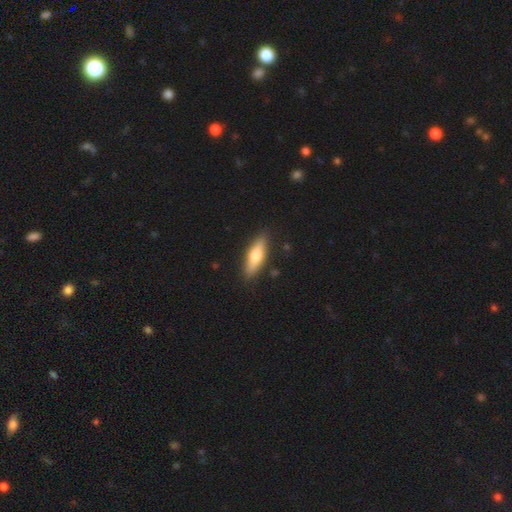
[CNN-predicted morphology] The model was most divided on "how rounded": cigar-shaped: 54%, in between: 44%, round: 2%. More confident: merging — none (87%); smooth or featured — smooth (64%).